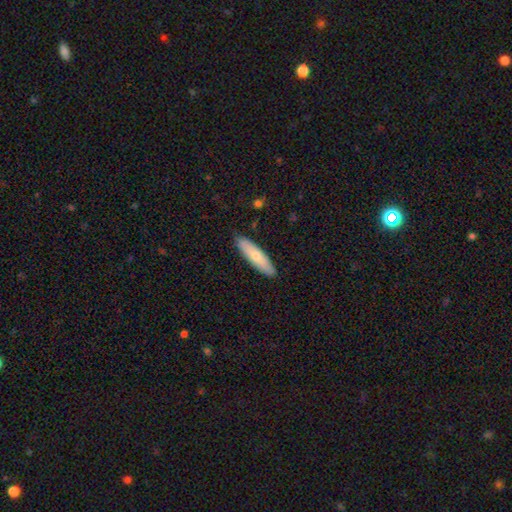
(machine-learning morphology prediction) Smooth or featured?
  - smooth: 66% *
  - featured or disk: 28%
  - star or artifact: 6%
How rounded?
  - cigar-shaped: 65% *
  - in between: 33%
  - round: 2%
Merging?
  - none: 89% *
  - minor disturbance: 9%
  - major disturbance: 2%
  - merger: 1%